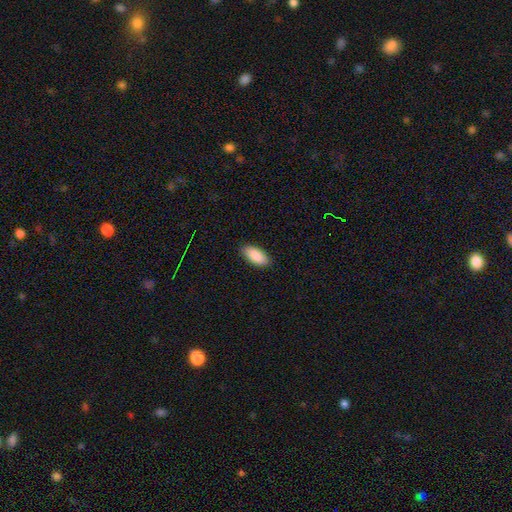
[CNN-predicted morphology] Overall: smooth (90%). How rounded: in between (92%). Merging: none (88%).